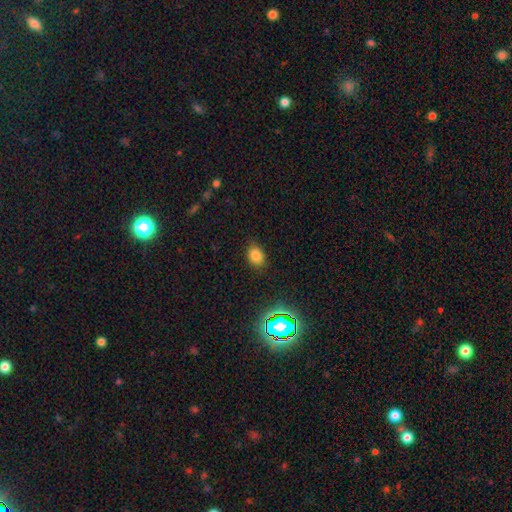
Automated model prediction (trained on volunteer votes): smooth 78%, star or artifact 16%, featured or disk 6%. Down the decision tree: how rounded — in between (64%); merging — none (81%).